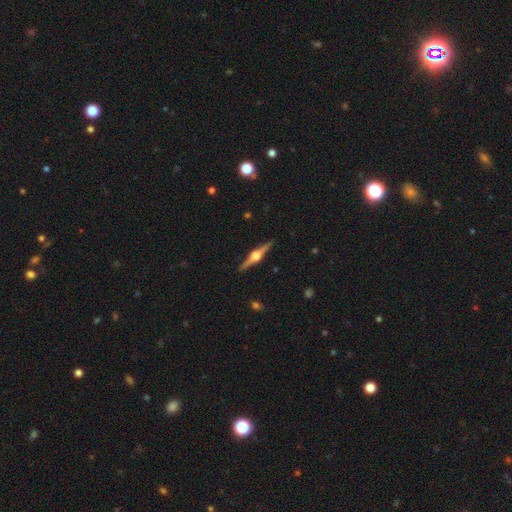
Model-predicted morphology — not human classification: smooth_or_featured: featured or disk (p=0.84) [alt: smooth p=0.10]
disk_edge_on: yes (p=0.98) [alt: no p=0.02]
edge_on_bulge: rounded (p=0.94) [alt: boxy p=0.04]
merging: none (p=0.92) [alt: minor disturbance p=0.06]